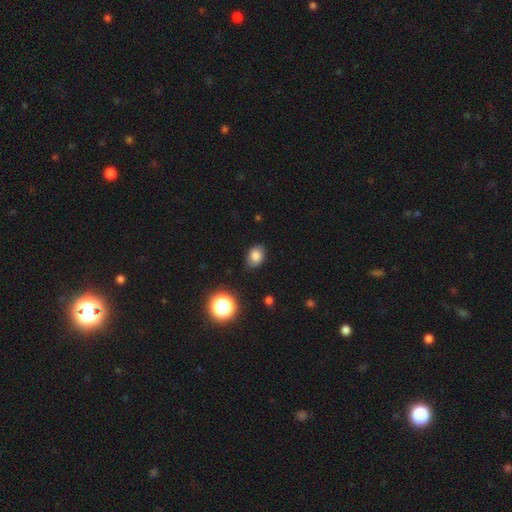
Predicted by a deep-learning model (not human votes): smooth-or-featured: smooth: 80% | star or artifact: 11% | featured or disk: 8%
  how-rounded: in between: 66% | round: 33% | cigar-shaped: 1%
  merging: none: 83% | minor disturbance: 13% | major disturbance: 3% | merger: 1%